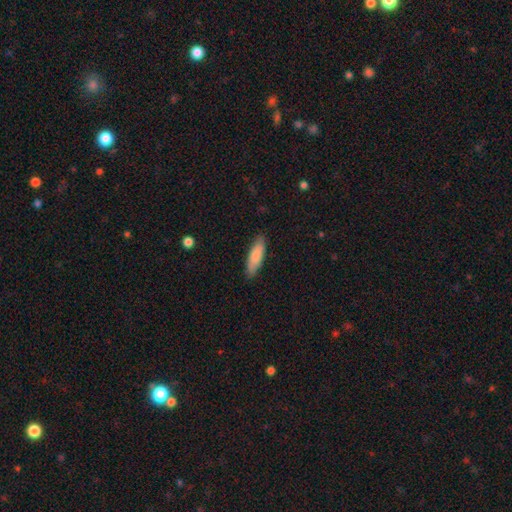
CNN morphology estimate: smooth_or_featured: smooth (p=0.83) [alt: featured or disk p=0.12]
how_rounded: cigar-shaped (p=0.58) [alt: in between p=0.40]
merging: none (p=0.87) [alt: minor disturbance p=0.10]